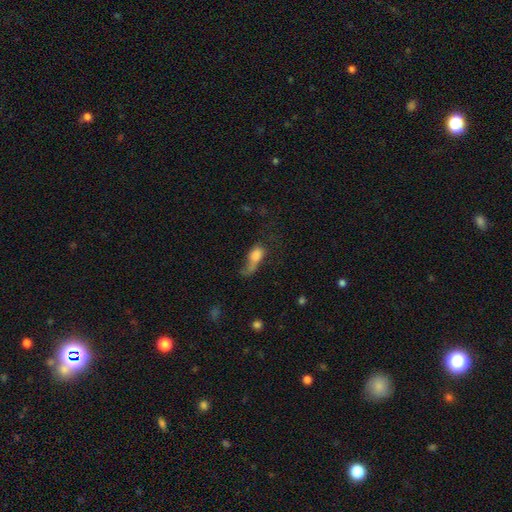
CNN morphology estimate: type=smooth (67%); roundness=in between (70%); merging=major disturbance (51%).